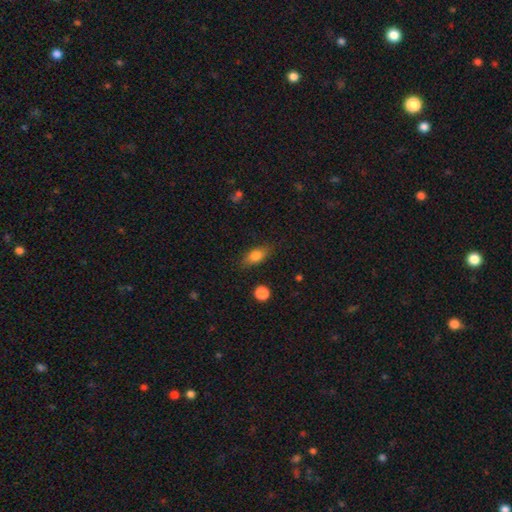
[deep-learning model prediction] A smooth galaxy with no disk features (77%) that is in between round and cigar-shaped (78%). Merging: none (81%).